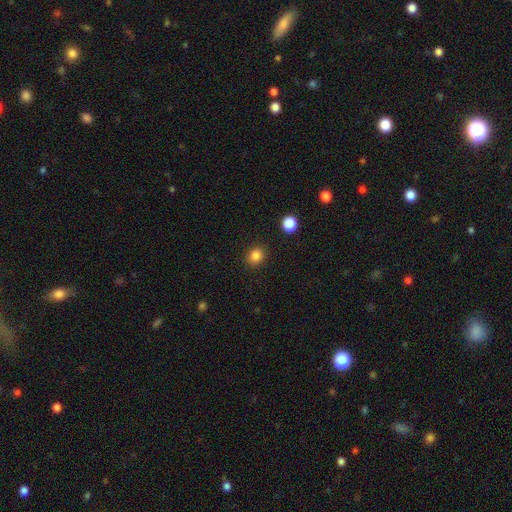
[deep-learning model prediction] A smooth galaxy with no disk features (84%) that is round (74%). Merging: none (90%).